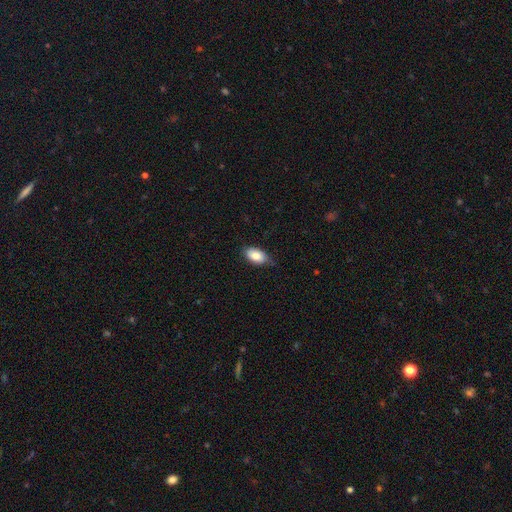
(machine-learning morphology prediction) Smooth or featured? Predicted: smooth (p=0.83). How rounded? Predicted: in between (p=0.93). Merging? Predicted: none (p=0.76).